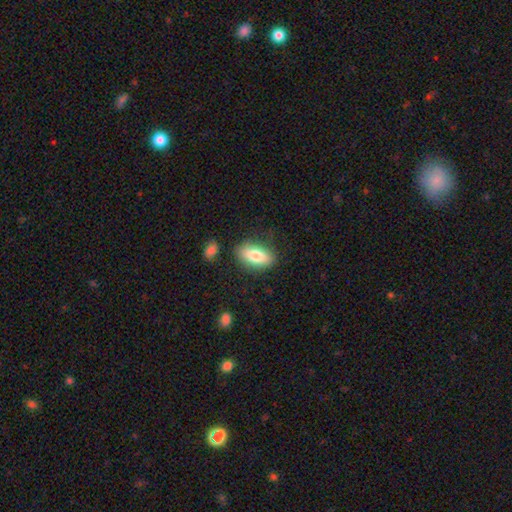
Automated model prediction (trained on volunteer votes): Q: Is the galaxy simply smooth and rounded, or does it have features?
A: smooth — 79%.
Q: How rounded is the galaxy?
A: in between — 85%.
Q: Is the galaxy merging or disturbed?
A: none — 81%.